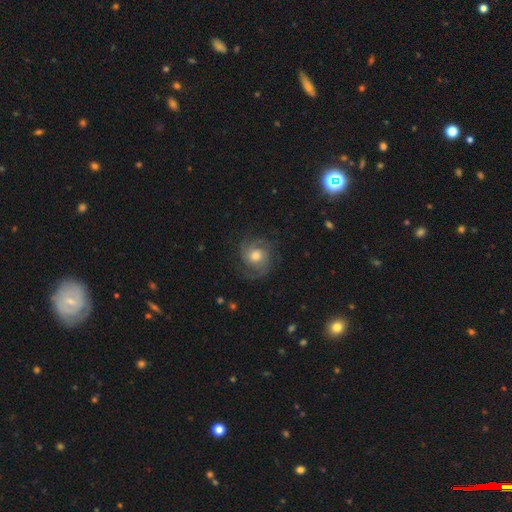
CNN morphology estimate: smooth-or-featured: featured or disk: 79% | smooth: 14% | star or artifact: 7%
  disk-edge-on: no: 98% | yes: 2%
    bar: no: 75% | weak: 22% | strong: 4%
    has-spiral-arms: yes: 95% | no: 5%
      spiral-winding: tight: 45% | medium: 42% | loose: 13%
      spiral-arm-count: 2: 39% | 3: 26% | can't tell: 18% | 4: 7% | 1: 6% | more than 4: 5%
    bulge-size: moderate: 67% | small: 19% | large: 11% | none: 1% | dominant: 1%
  merging: none: 75% | minor disturbance: 15% | major disturbance: 9% | merger: 1%